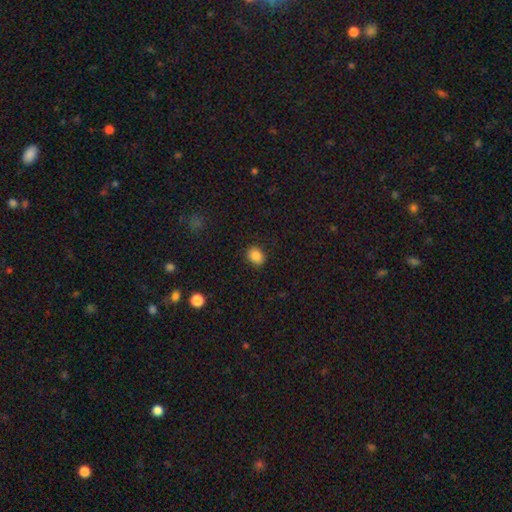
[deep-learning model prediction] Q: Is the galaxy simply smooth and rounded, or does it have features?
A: smooth — 86%.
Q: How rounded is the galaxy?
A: in between — 53%.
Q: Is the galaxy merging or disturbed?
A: none — 87%.